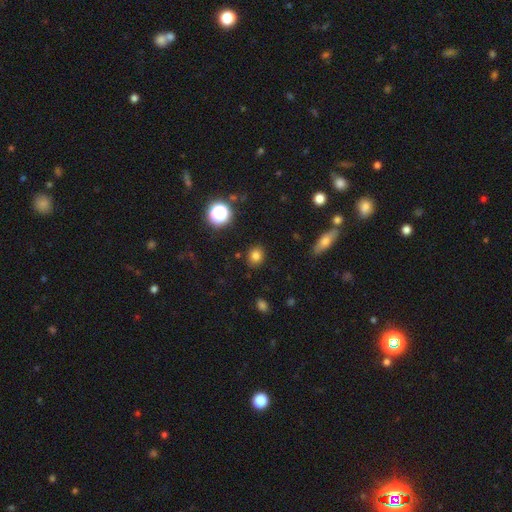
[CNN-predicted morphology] Smooth or featured? smooth (79%)
How rounded? round (73%)
Merging? none (88%)